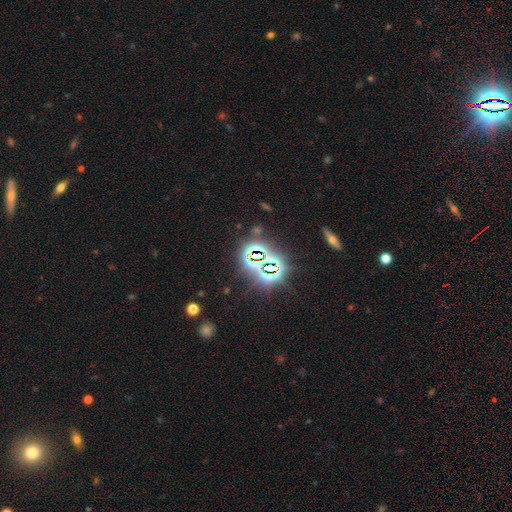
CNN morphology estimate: This appears to be a star or artifact, not a galaxy (80%).